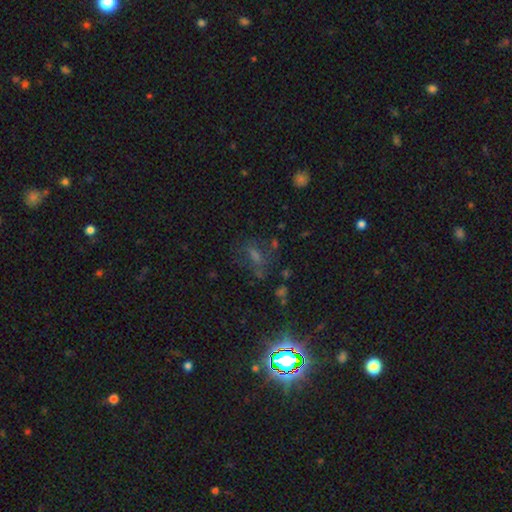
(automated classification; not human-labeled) This appears to be a star or artifact, not a galaxy (50%).